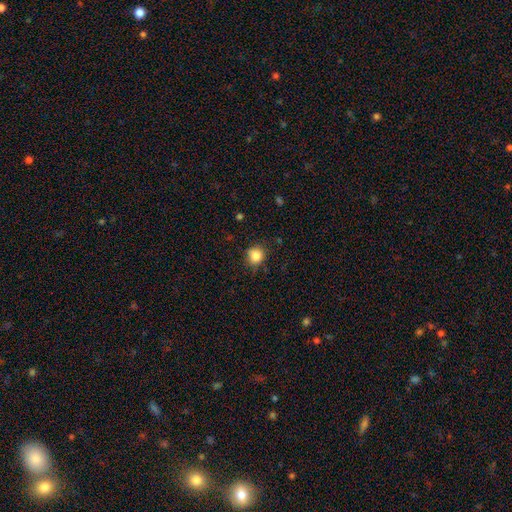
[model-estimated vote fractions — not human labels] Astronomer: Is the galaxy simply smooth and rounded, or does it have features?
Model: smooth — 84%.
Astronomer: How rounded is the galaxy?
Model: round — 84%.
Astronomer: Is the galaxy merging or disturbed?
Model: none — 77%.